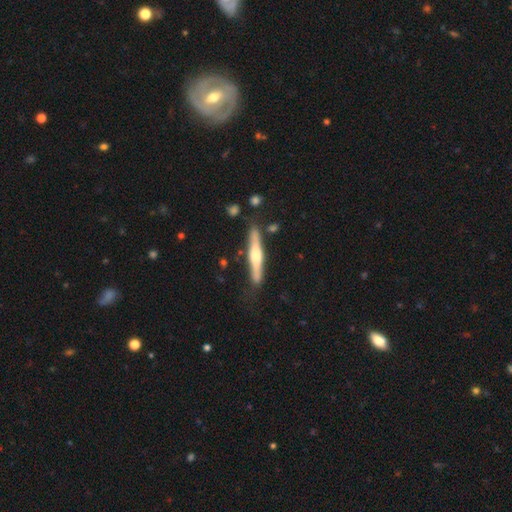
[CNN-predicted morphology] A featured or disk galaxy (57%) viewed edge-on (95%) with a rounded central bulge (76%).

Vote fractions:
- Smooth or featured? featured or disk: 57% / smooth: 37% / star or artifact: 5%
- Edge-on disk? yes: 95% / no: 5%
- Edge-on bulge? rounded: 76% / boxy: 16% / none: 8%
- Merging? none: 81% / minor disturbance: 13% / merger: 4% / major disturbance: 3%